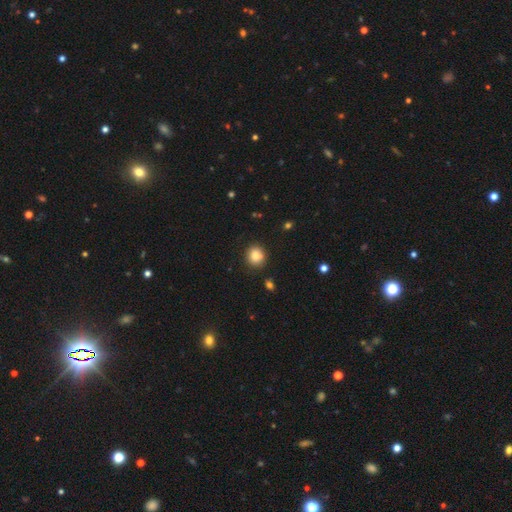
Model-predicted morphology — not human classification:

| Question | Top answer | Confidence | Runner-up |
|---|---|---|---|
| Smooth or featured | smooth | 82% | star or artifact (11%) |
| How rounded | round | 83% | in between (16%) |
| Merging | none | 79% | minor disturbance (12%) |